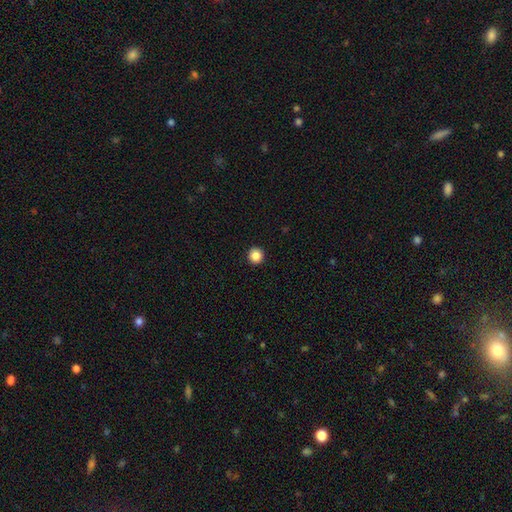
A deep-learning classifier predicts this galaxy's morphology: Q: Smooth or featured?
A: smooth (87%); runner-up: star or artifact (10%)
Q: How rounded?
A: round (95%); runner-up: in between (4%)
Q: Merging?
A: none (94%); runner-up: minor disturbance (4%)